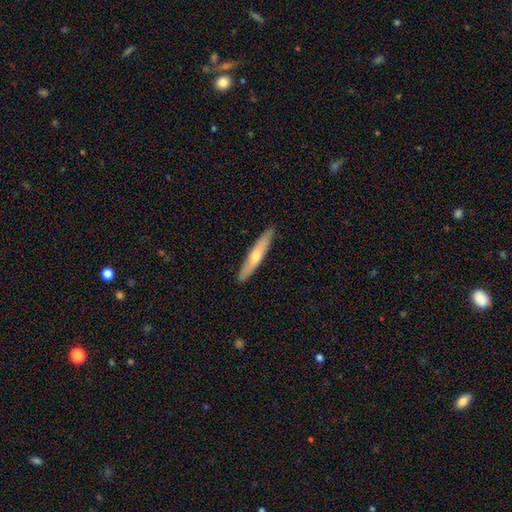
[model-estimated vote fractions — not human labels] Smooth or featured? Predicted: smooth (p=0.49). Merging? Predicted: none (p=0.91).